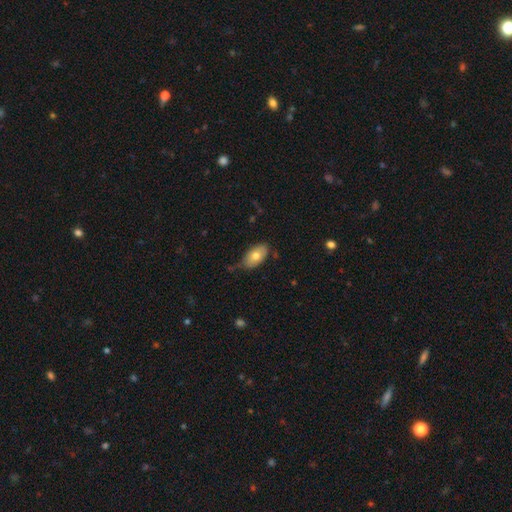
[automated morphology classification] Smooth or featured: smooth — 74% (featured or disk — 20%)
How rounded: in between — 93% (round — 4%)
Merging: none — 68% (minor disturbance — 25%)